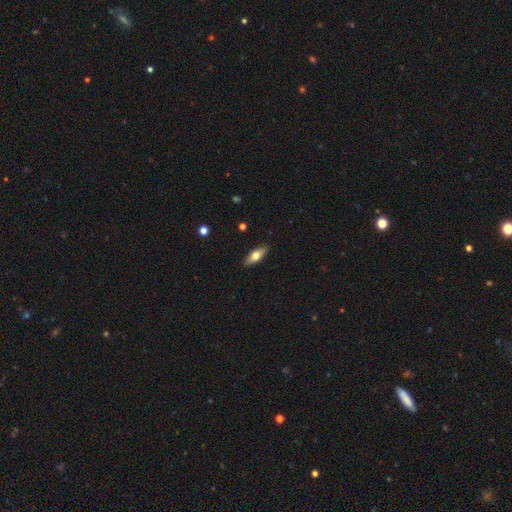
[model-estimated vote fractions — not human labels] Q: Smooth or featured?
A: smooth (62%); runner-up: featured or disk (32%)
Q: How rounded?
A: in between (65%); runner-up: cigar-shaped (32%)
Q: Merging?
A: none (89%); runner-up: minor disturbance (8%)